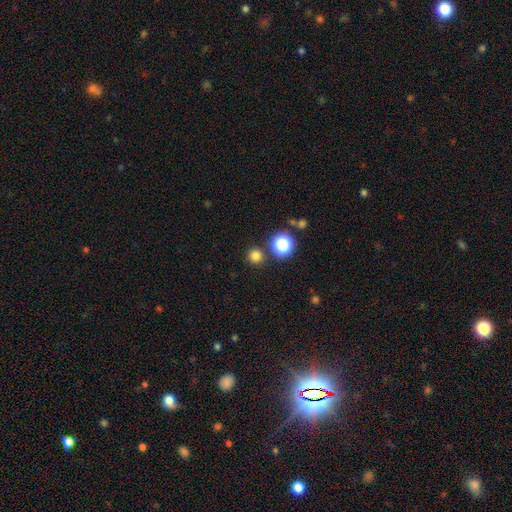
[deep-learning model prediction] This is likely a smooth galaxy (76%). How rounded: clearly round (95%). Merging: clearly none (86%).